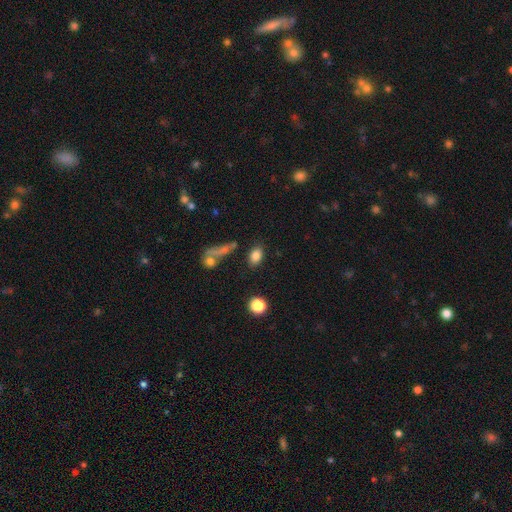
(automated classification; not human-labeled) This is clearly a smooth galaxy (82%). How rounded: clearly in between (81%). Merging: likely none (78%).